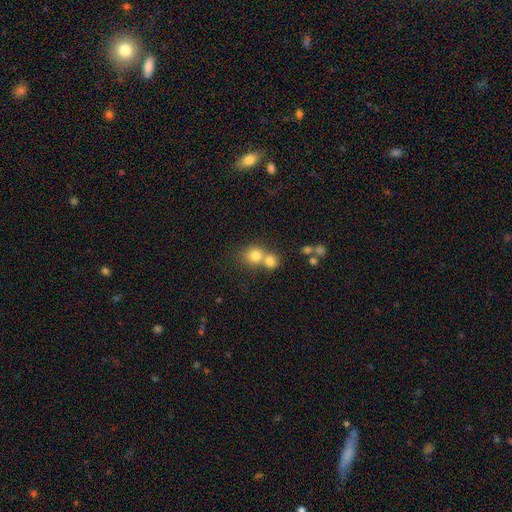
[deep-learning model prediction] smooth-or-featured: smooth: 77% | star or artifact: 12% | featured or disk: 11%
  how-rounded: round: 82% | in between: 17% | cigar-shaped: 1%
  merging: merger: 54% | none: 38% | minor disturbance: 6% | major disturbance: 3%